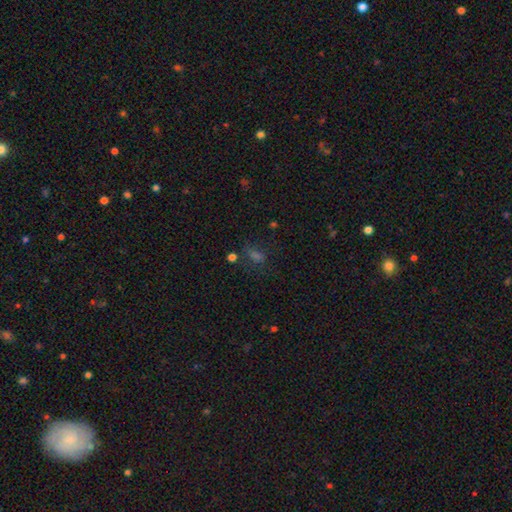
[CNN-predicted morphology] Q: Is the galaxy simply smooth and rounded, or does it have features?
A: smooth — 46%.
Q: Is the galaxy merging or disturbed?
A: none — 67%.